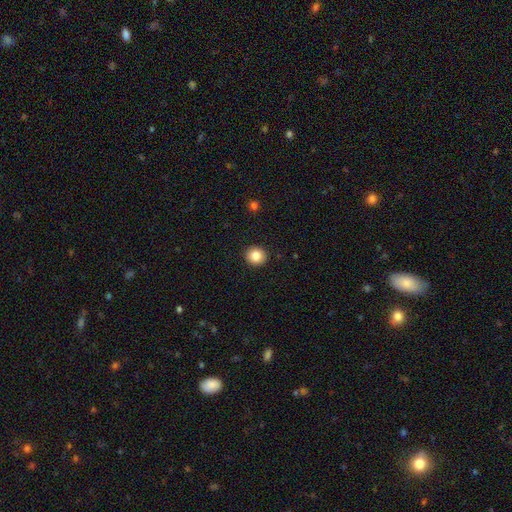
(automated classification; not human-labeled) This is clearly a smooth galaxy (85%). How rounded: clearly round (86%). Merging: clearly none (93%).